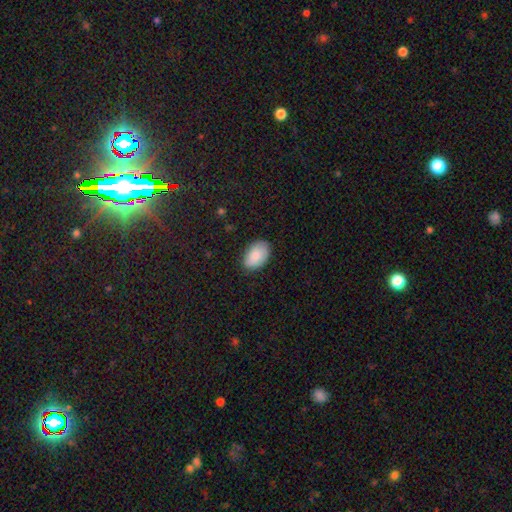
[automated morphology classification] The model was most divided on "merging": none: 80%, minor disturbance: 16%, major disturbance: 3%, merger: 1%. More confident: how rounded — in between (92%); smooth or featured — smooth (85%).